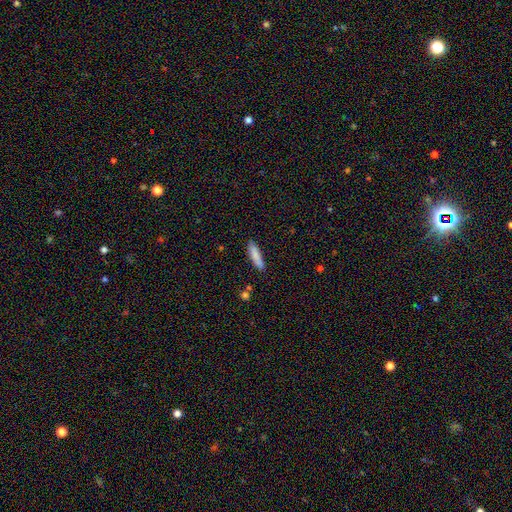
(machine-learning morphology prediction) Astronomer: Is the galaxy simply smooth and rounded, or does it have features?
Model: smooth — 84%.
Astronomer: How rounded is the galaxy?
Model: cigar-shaped — 73%.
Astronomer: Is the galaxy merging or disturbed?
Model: none — 84%.